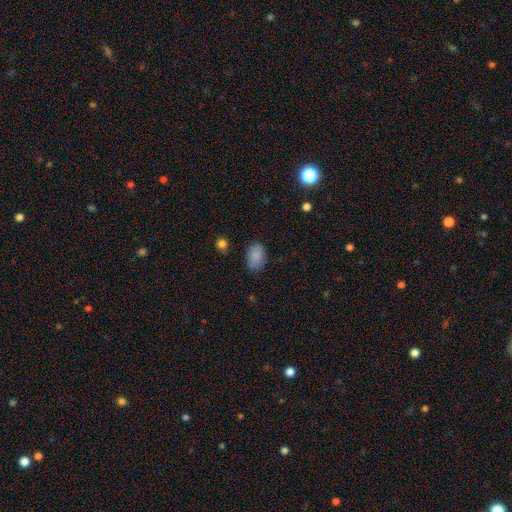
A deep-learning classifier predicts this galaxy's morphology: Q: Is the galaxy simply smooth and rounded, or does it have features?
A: smooth — 87%.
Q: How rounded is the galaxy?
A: in between — 90%.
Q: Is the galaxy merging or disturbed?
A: none — 79%.